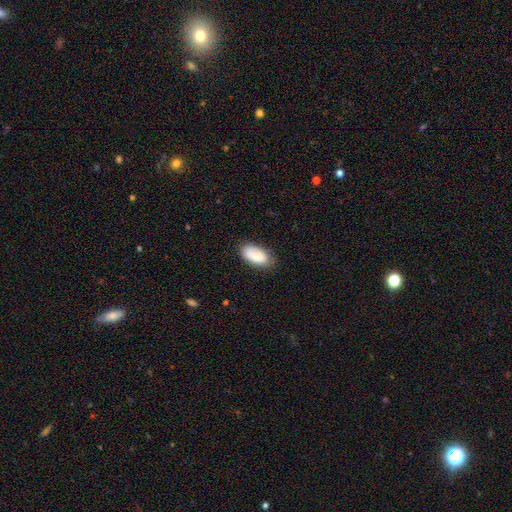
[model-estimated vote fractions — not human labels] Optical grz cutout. It shows a smooth galaxy with no disk features (85%) that is in between round and cigar-shaped (94%). Merging: none (75%).